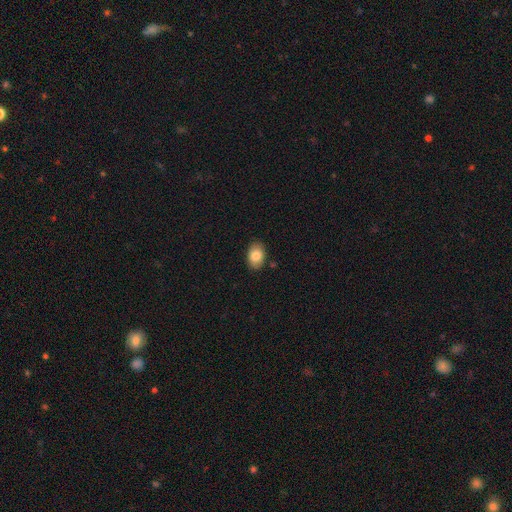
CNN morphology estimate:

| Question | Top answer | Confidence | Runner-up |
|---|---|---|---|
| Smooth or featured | smooth | 84% | featured or disk (9%) |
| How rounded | in between | 85% | round (14%) |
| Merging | none | 87% | minor disturbance (10%) |